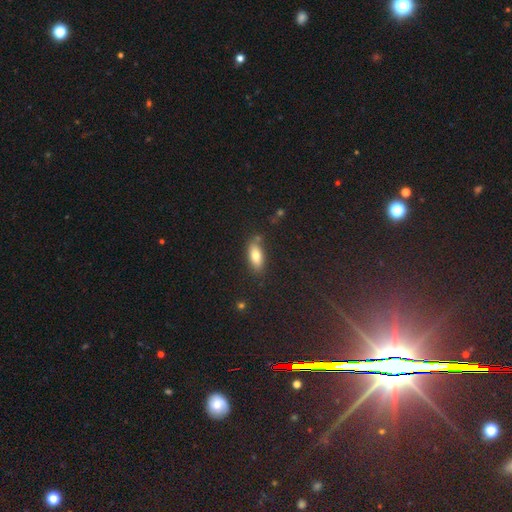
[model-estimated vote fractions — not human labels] smooth-or-featured: smooth: 77% | featured or disk: 14% | star or artifact: 9%
  how-rounded: in between: 81% | cigar-shaped: 16% | round: 3%
  merging: none: 79% | minor disturbance: 14% | merger: 4% | major disturbance: 4%